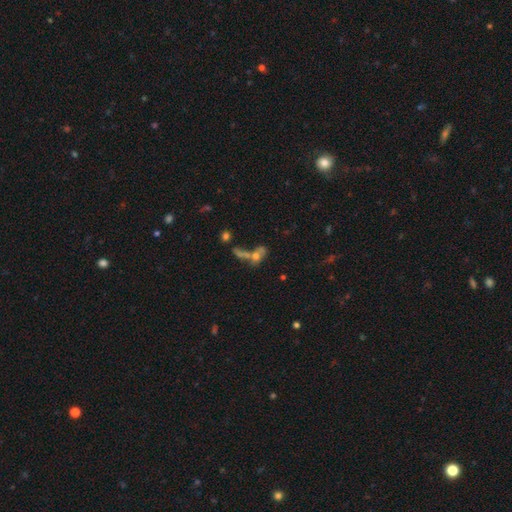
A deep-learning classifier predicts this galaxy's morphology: The model was most divided on "smooth or featured" (2-way tie): smooth: 37%, star or artifact: 37%, featured or disk: 27%. Remaining: merging — merger (40%).